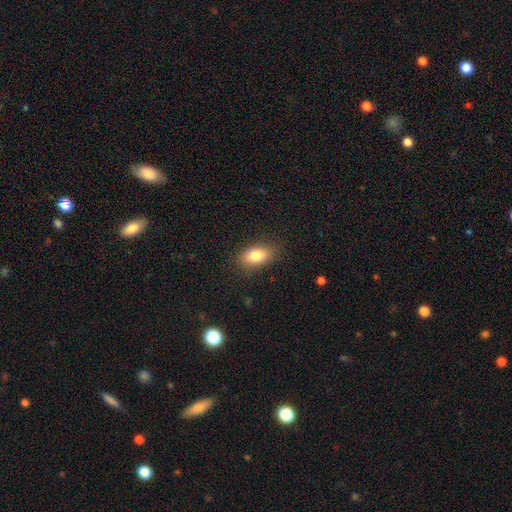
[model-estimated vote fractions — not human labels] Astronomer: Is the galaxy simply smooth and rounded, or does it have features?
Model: smooth — 82%.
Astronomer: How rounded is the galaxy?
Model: in between — 87%.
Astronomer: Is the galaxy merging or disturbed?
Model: none — 85%.